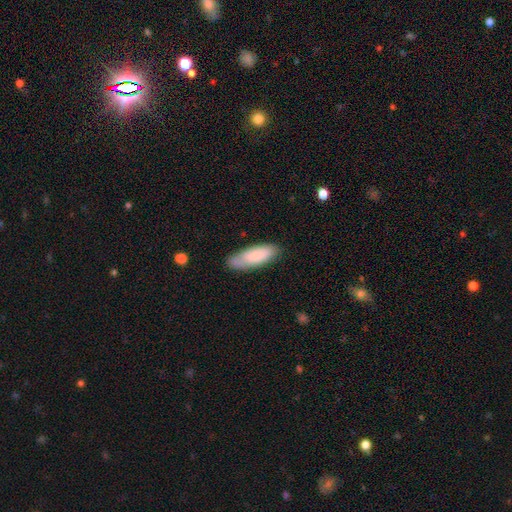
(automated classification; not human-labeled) Smooth or featured?
  - smooth: 80% *
  - featured or disk: 14%
  - star or artifact: 6%
How rounded?
  - in between: 64% *
  - cigar-shaped: 35%
  - round: 2%
Merging?
  - none: 75% *
  - minor disturbance: 20%
  - major disturbance: 4%
  - merger: 2%